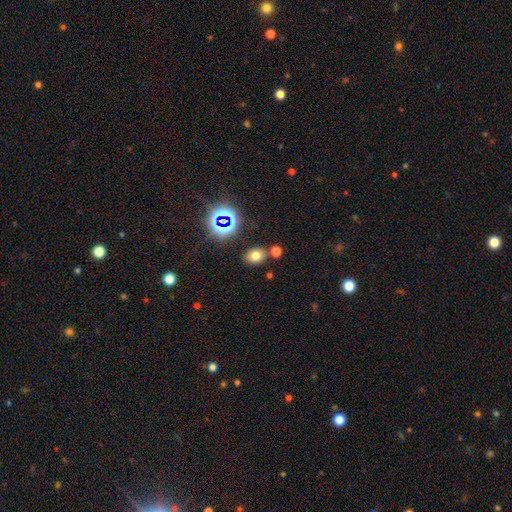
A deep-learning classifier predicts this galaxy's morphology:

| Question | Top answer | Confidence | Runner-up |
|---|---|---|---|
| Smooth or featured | smooth | 68% | star or artifact (21%) |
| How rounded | in between | 58% | round (41%) |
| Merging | none | 78% | minor disturbance (10%) |